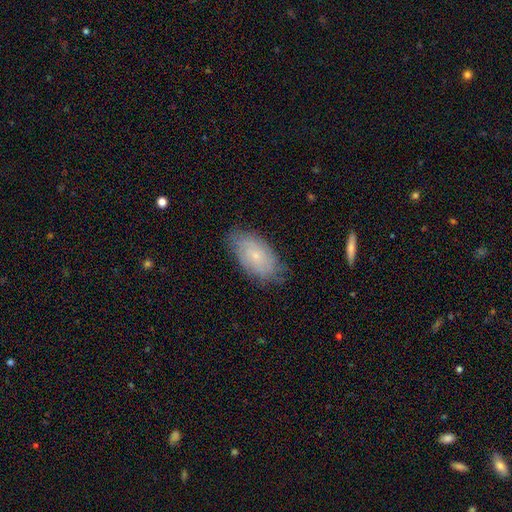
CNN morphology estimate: Q: Smooth or featured?
A: featured or disk (47%); runner-up: smooth (45%)
Q: Merging?
A: none (75%); runner-up: minor disturbance (20%)